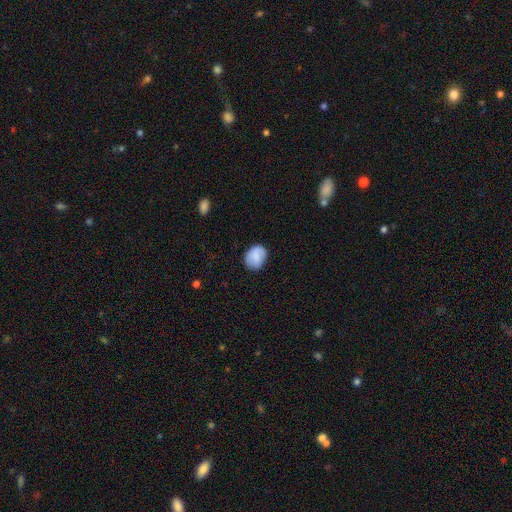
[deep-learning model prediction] This appears to be a smooth galaxy with no disk features (78%) that is round (51%). Merging: none (76%).